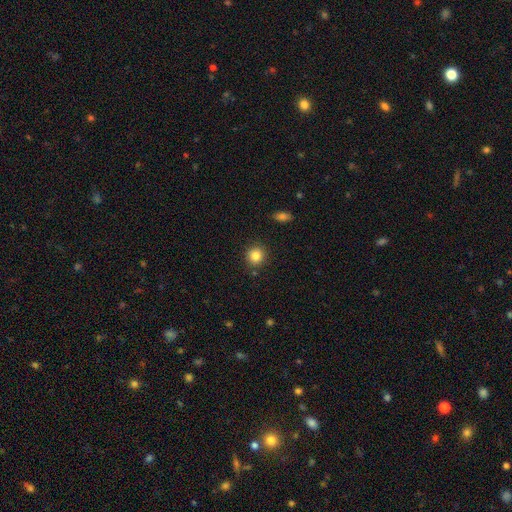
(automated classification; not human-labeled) This appears to be a smooth galaxy with no disk features (84%) that is round (91%). Merging: none (88%).